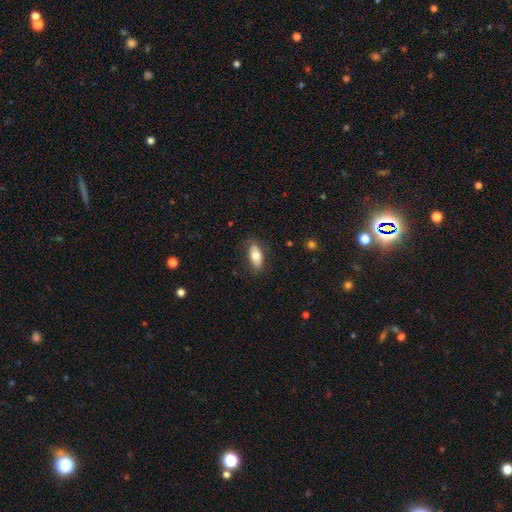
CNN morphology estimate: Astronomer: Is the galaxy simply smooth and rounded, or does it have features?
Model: smooth — 75%.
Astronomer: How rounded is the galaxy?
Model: in between — 89%.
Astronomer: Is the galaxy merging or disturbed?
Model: none — 83%.